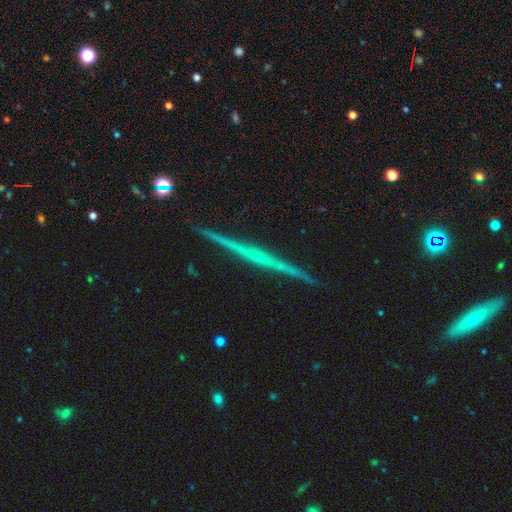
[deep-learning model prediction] featured or disk 76%, smooth 18%, star or artifact 6%. Down the decision tree: edge-on disk — yes (98%); edge-on bulge — none (80%); merging — none (92%).